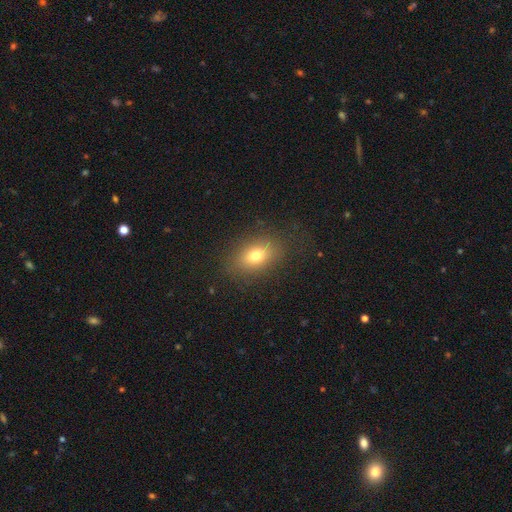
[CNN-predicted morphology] Q: Smooth or featured?
A: smooth (73%); runner-up: featured or disk (15%)
Q: How rounded?
A: in between (77%); runner-up: round (20%)
Q: Merging?
A: none (82%); runner-up: minor disturbance (12%)